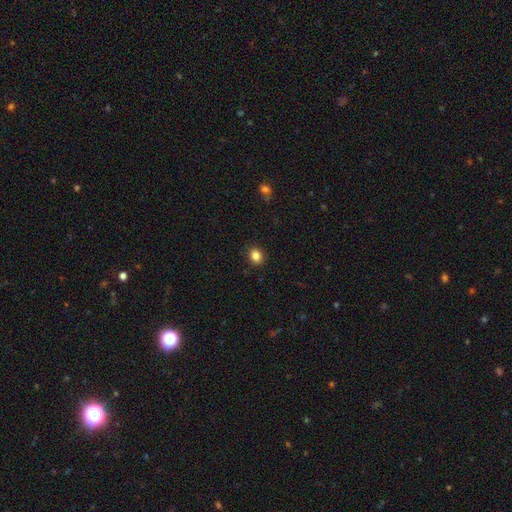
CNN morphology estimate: Smooth or featured? Predicted: smooth (p=0.85). How rounded? Predicted: round (p=0.65). Merging? Predicted: none (p=0.90).